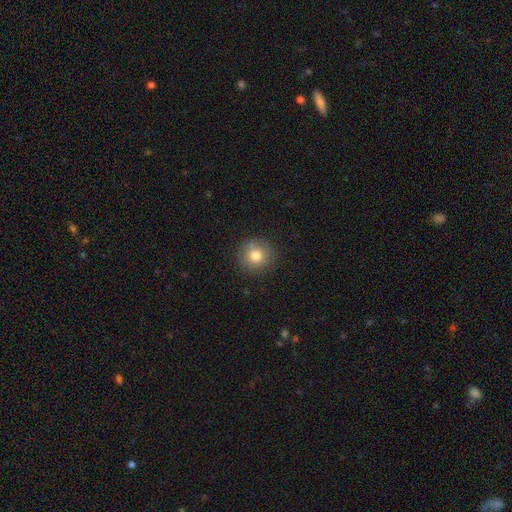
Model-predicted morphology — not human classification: A smooth galaxy with no disk features (80%) that is round (94%). Merging: none (86%).